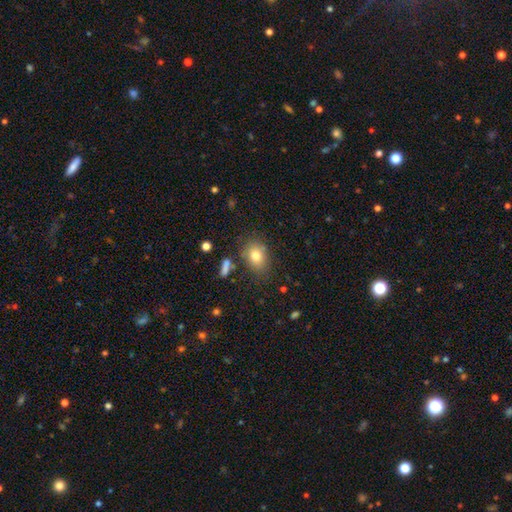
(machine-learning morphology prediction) The model was most divided on "how rounded": in between: 69%, round: 30%, cigar-shaped: 2%. More confident: smooth or featured — smooth (79%); merging — none (75%).